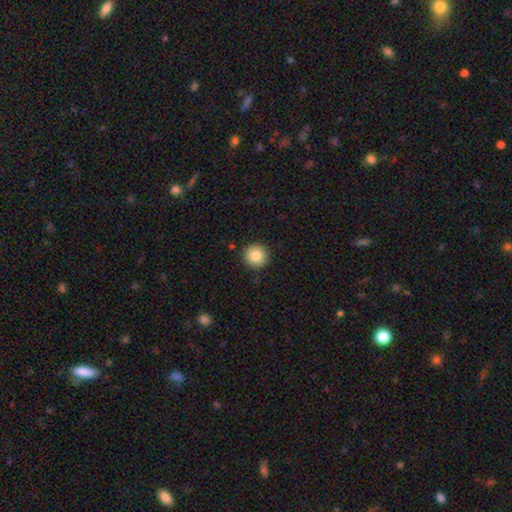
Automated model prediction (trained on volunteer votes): Smooth or featured: smooth — 83% (star or artifact — 9%)
How rounded: round — 95% (in between — 4%)
Merging: none — 91% (minor disturbance — 6%)